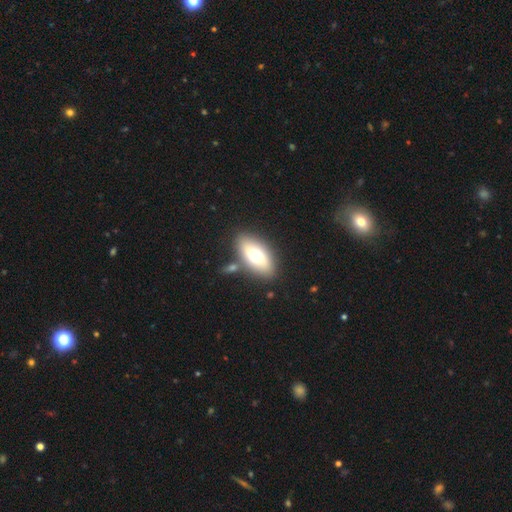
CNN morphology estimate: This is likely a smooth galaxy (65%). How rounded: clearly in between (89%). Merging: likely none (77%).